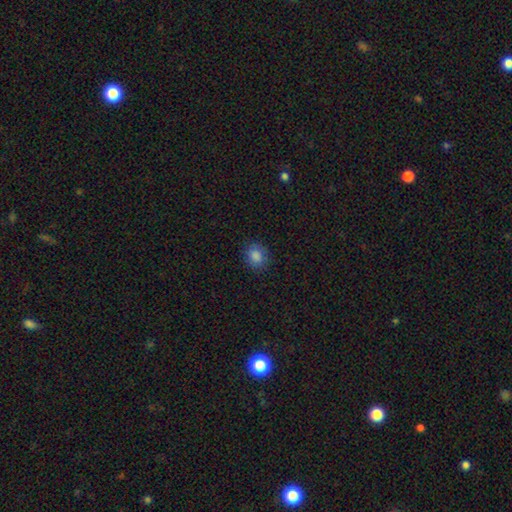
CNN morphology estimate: Smooth or featured: smooth — 85% (star or artifact — 11%)
How rounded: round — 64% (in between — 35%)
Merging: none — 83% (minor disturbance — 13%)